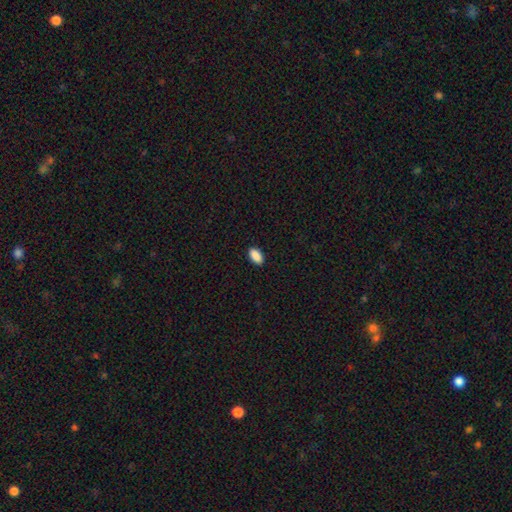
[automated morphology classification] smooth-or-featured: smooth: 90% | star or artifact: 7% | featured or disk: 3%
  how-rounded: in between: 93% | round: 4% | cigar-shaped: 3%
  merging: none: 89% | minor disturbance: 8% | major disturbance: 2% | merger: 1%